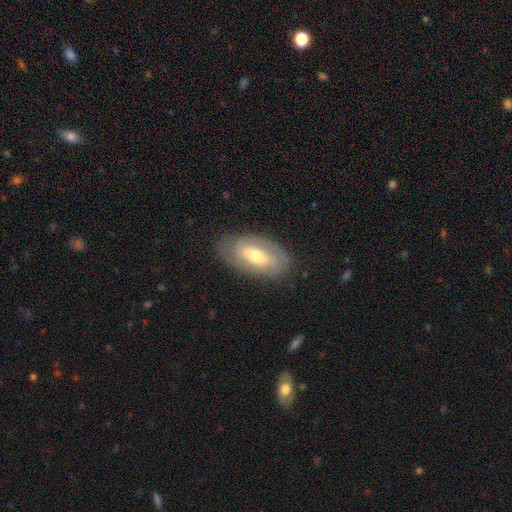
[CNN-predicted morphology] A featured or disk galaxy (63%) with no bar (38%), spiral arms (66%) and a moderate central bulge (58%).

Vote fractions:
- Smooth or featured? featured or disk: 63% / smooth: 31% / star or artifact: 6%
- Edge-on disk? no: 91% / yes: 9%
- Bar? no: 38% / weak: 36% / strong: 26%
- Spiral arms? yes: 66% / no: 34%
- Bulge size? moderate: 58% / small: 34% / large: 6% / dominant: 1% / none: 1%
- Merging? none: 79% / minor disturbance: 14% / major disturbance: 5% / merger: 1%